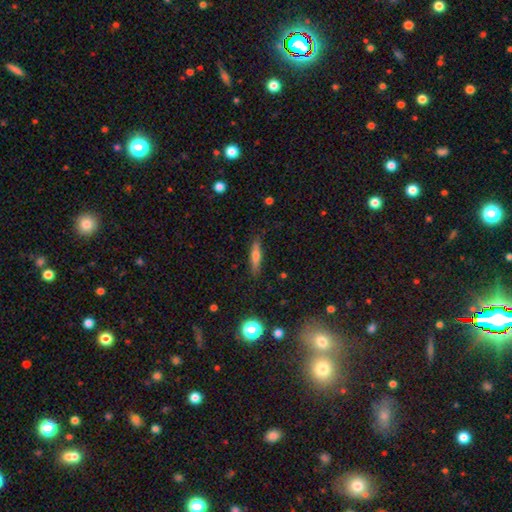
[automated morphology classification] Smooth or featured: smooth — 61% (featured or disk — 31%)
How rounded: cigar-shaped — 81% (in between — 17%)
Merging: none — 86% (minor disturbance — 10%)